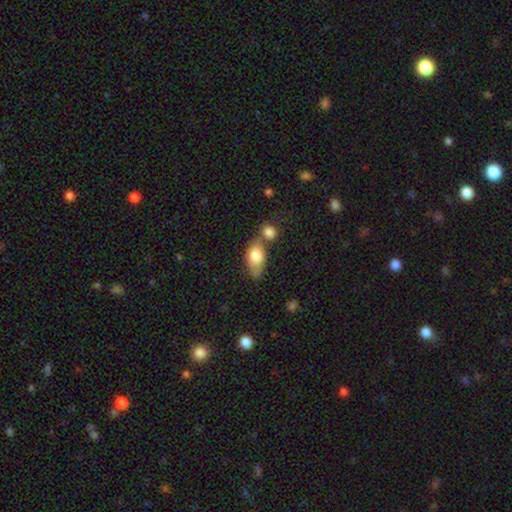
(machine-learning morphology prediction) This is likely a smooth galaxy (77%). How rounded: clearly in between (86%). Merging: marginally none (40%).